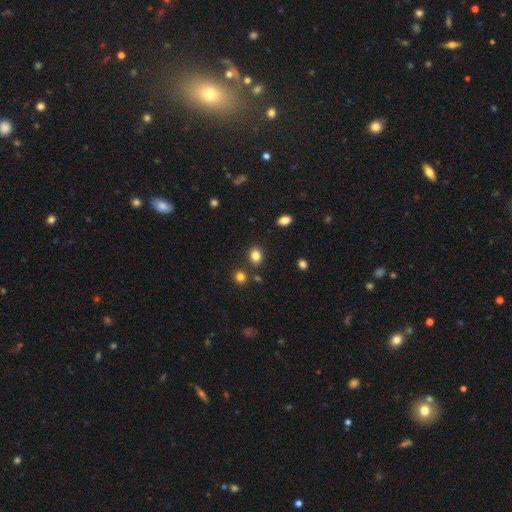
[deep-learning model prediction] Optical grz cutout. It shows a smooth galaxy with no disk features (83%) that is in between round and cigar-shaped (53%). Merging: none (82%).